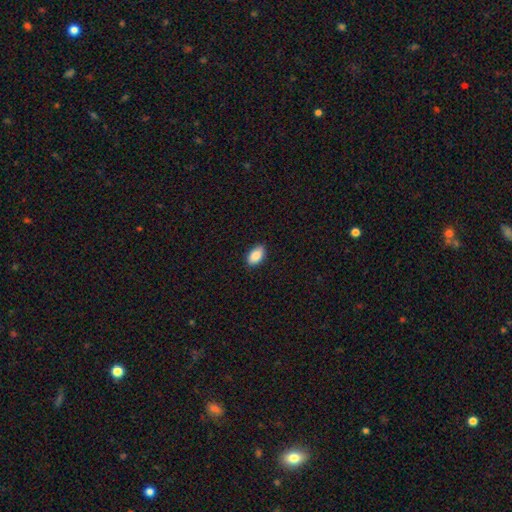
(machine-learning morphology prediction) smooth 88%, star or artifact 7%, featured or disk 5%. Down the decision tree: how rounded — in between (93%); merging — none (86%).